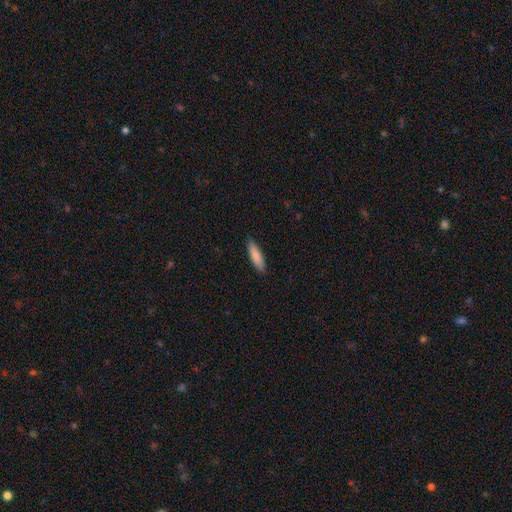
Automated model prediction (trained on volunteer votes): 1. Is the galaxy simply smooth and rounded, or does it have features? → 85% smooth, 9% featured or disk, 6% star or artifact.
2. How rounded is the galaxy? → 64% cigar-shaped, 35% in between, 1% round.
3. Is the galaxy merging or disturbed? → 87% none, 10% minor disturbance, 2% major disturbance, 1% merger.